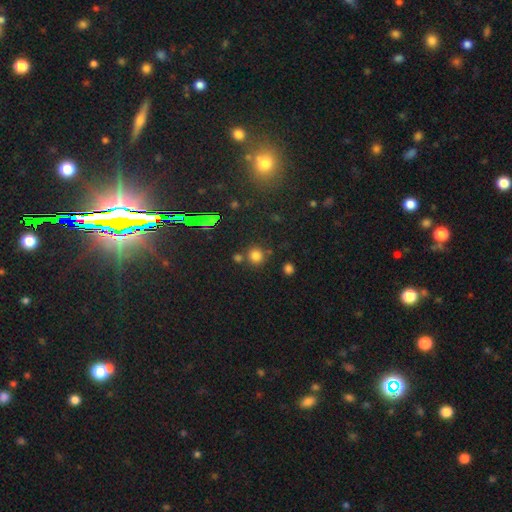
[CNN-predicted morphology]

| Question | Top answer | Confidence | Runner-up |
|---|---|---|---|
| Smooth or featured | smooth | 78% | star or artifact (16%) |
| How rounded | round | 91% | in between (7%) |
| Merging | none | 75% | merger (13%) |